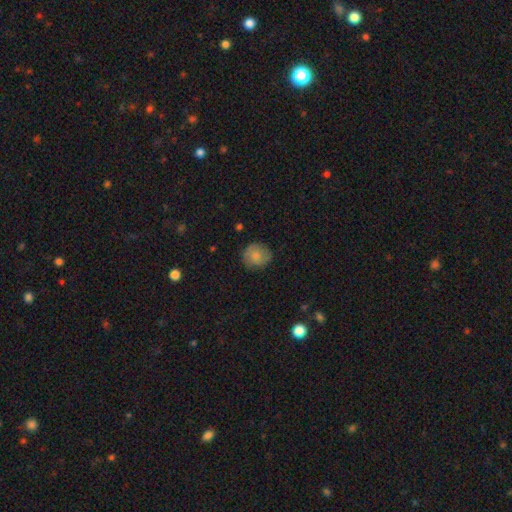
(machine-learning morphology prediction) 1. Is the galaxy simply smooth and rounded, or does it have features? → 75% smooth, 17% featured or disk, 8% star or artifact.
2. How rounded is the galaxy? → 86% round, 13% in between, 1% cigar-shaped.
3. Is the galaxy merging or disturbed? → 79% none, 16% minor disturbance, 4% major disturbance, 1% merger.